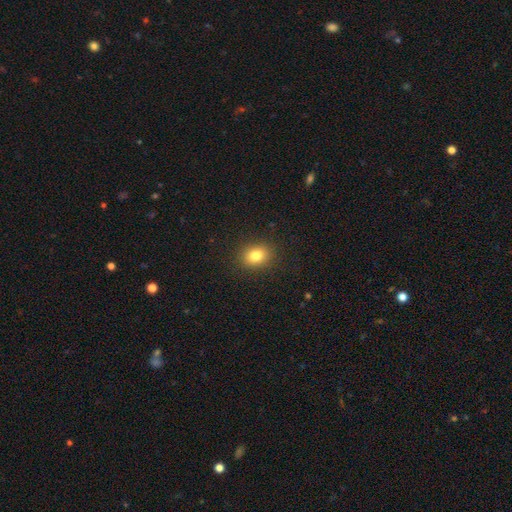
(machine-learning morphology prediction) The model was most divided on "how rounded": round: 51%, in between: 48%, cigar-shaped: 1%. More confident: merging — none (89%); smooth or featured — smooth (81%).